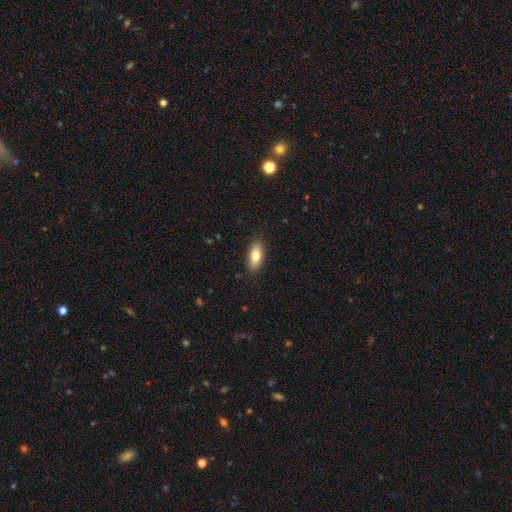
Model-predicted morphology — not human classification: This appears to be a smooth galaxy with no disk features (76%) that is in between round and cigar-shaped (80%). Merging: none (87%).